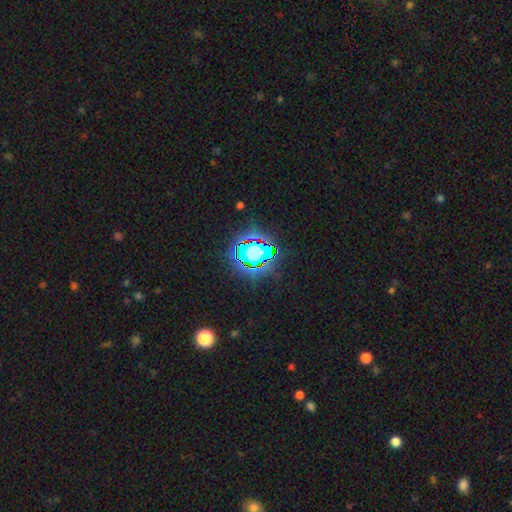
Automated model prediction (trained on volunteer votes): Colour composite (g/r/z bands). It shows a star or artifact, not a galaxy (75%).